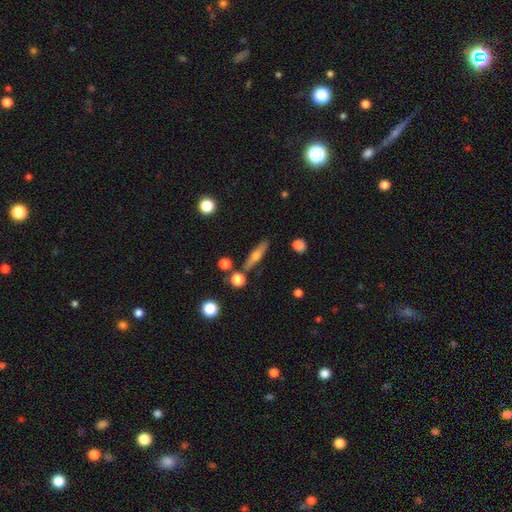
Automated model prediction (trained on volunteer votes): The model was most divided on "smooth or featured": featured or disk: 48%, smooth: 44%, star or artifact: 8%. More confident: merging — none (81%).